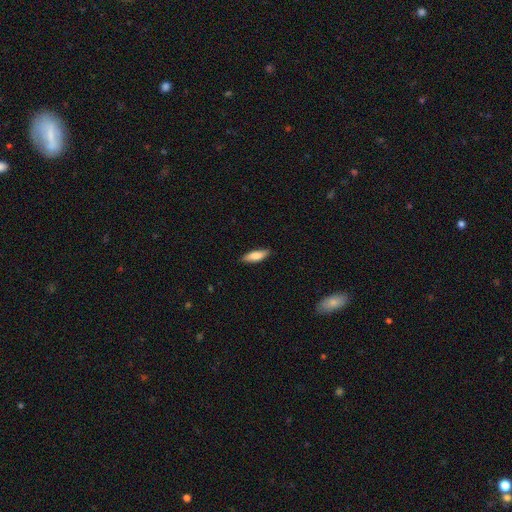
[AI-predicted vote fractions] smooth 81%, featured or disk 14%, star or artifact 6%. Down the decision tree: how rounded — in between (53%); merging — none (85%).